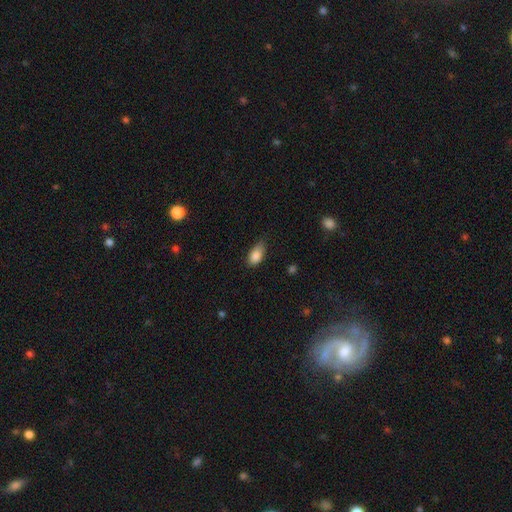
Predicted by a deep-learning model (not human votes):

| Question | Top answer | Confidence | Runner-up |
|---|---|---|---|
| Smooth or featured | smooth | 86% | star or artifact (8%) |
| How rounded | in between | 90% | round (6%) |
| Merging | none | 60% | minor disturbance (33%) |